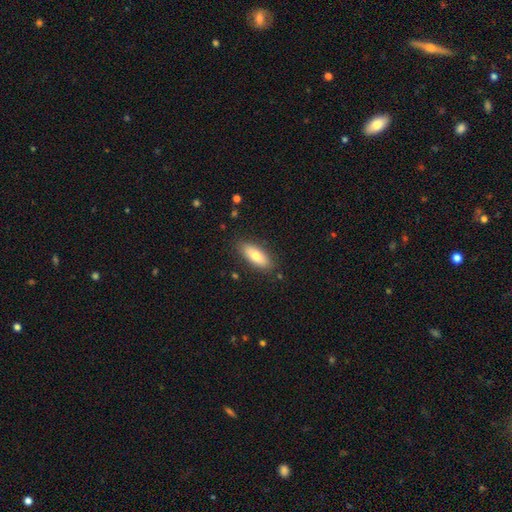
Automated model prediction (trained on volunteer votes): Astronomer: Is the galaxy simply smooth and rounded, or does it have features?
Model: smooth — 75%.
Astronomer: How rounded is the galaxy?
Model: in between — 78%.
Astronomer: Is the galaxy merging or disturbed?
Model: none — 86%.